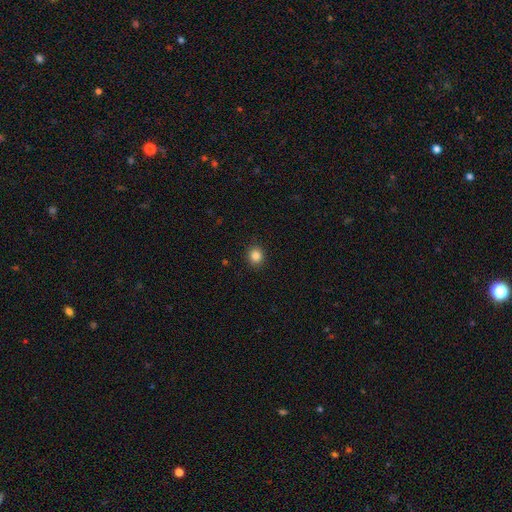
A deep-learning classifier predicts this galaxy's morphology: The model was most divided on "how rounded": round: 82%, in between: 17%, cigar-shaped: 1%. More confident: merging — none (90%); smooth or featured — smooth (85%).